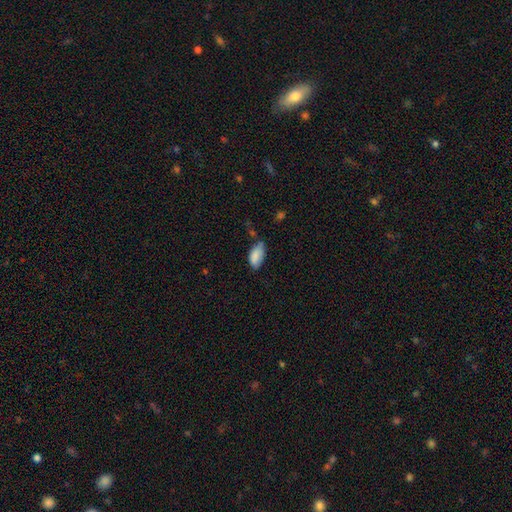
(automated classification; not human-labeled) This appears to be a smooth galaxy with no disk features (83%) that is in between round and cigar-shaped (93%). Merging: none (47%).